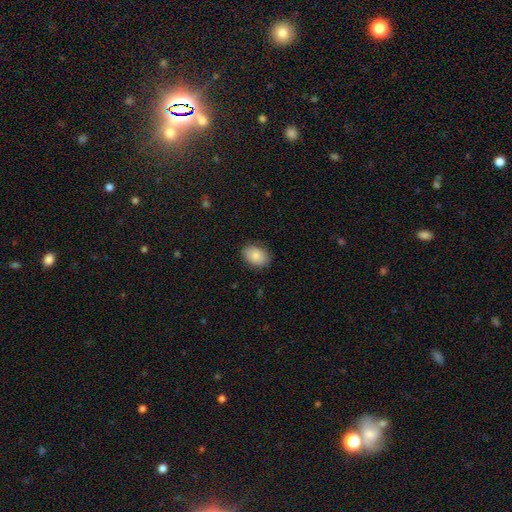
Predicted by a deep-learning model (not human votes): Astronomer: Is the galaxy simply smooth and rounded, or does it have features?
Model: smooth — 85%.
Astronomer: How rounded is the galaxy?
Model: in between — 77%.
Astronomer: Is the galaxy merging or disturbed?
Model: none — 85%.